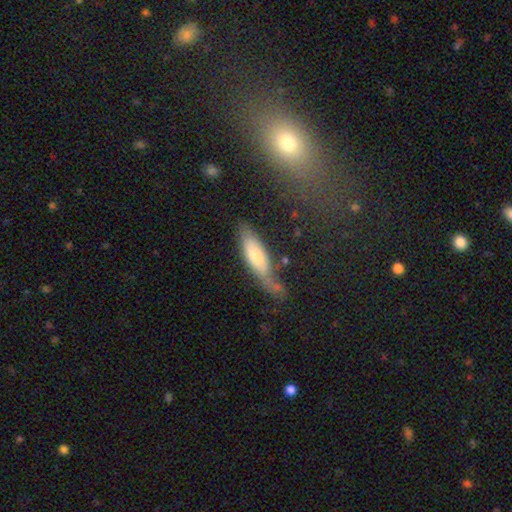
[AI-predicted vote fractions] Smooth or featured? Predicted: smooth (p=0.65). How rounded? Predicted: in between (p=0.50). Merging? Predicted: none (p=0.47).